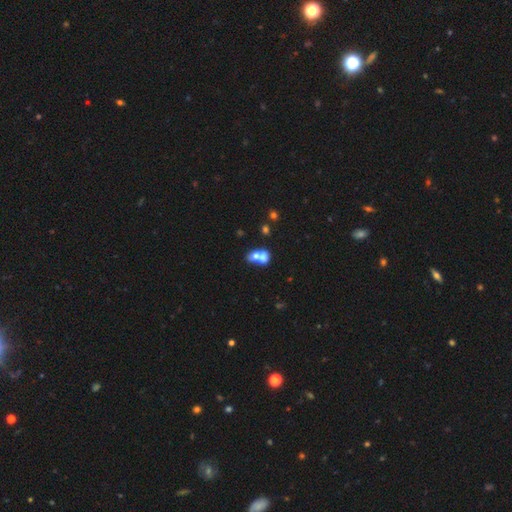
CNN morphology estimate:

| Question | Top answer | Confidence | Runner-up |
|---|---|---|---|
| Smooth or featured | smooth | 67% | featured or disk (23%) |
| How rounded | in between | 61% | round (37%) |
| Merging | merger | 73% | none (17%) |